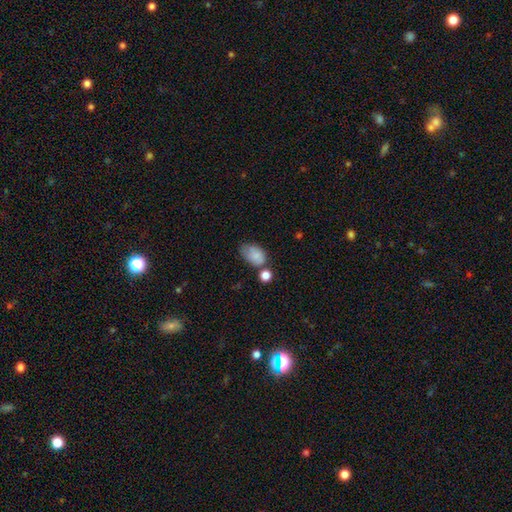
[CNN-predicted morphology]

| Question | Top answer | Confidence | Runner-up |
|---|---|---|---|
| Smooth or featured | smooth | 83% | star or artifact (8%) |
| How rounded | in between | 88% | round (11%) |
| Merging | none | 47% | minor disturbance (29%) |